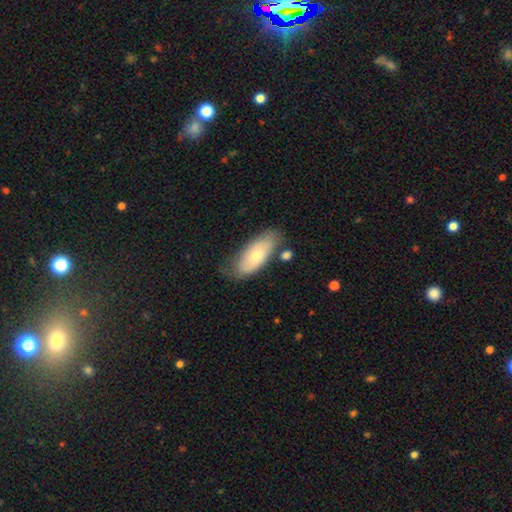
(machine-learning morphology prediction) Q: Smooth or featured?
A: smooth (61%); runner-up: featured or disk (33%)
Q: How rounded?
A: in between (85%); runner-up: cigar-shaped (12%)
Q: Merging?
A: none (69%); runner-up: minor disturbance (20%)